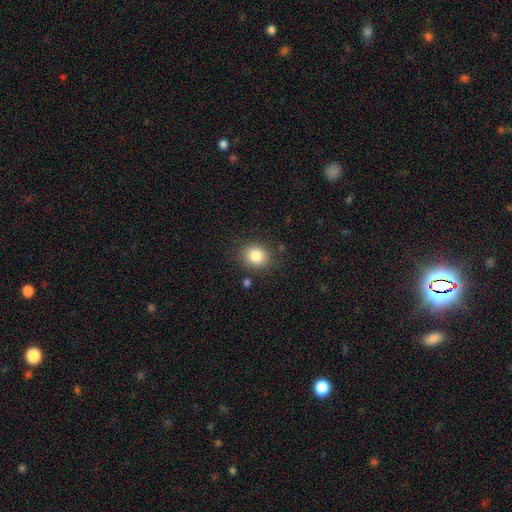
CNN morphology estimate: Q: Smooth or featured?
A: smooth (84%); runner-up: star or artifact (10%)
Q: How rounded?
A: round (72%); runner-up: in between (27%)
Q: Merging?
A: none (83%); runner-up: minor disturbance (10%)